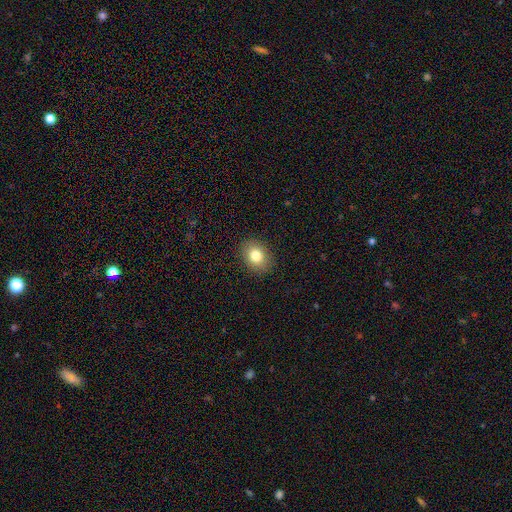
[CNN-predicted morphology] smooth-or-featured: smooth: 81% | featured or disk: 10% | star or artifact: 9%
  how-rounded: in between: 59% | round: 40% | cigar-shaped: 1%
  merging: none: 89% | minor disturbance: 8% | major disturbance: 2% | merger: 1%